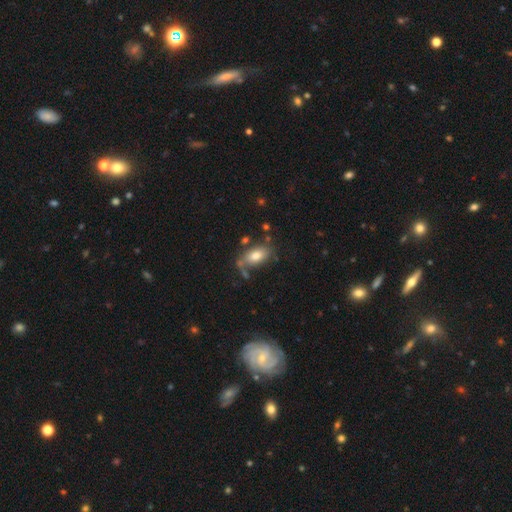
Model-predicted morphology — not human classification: smooth-or-featured: smooth: 75% | featured or disk: 17% | star or artifact: 8%
  how-rounded: in between: 90% | round: 6% | cigar-shaped: 4%
  merging: none: 61% | minor disturbance: 18% | merger: 12% | major disturbance: 8%